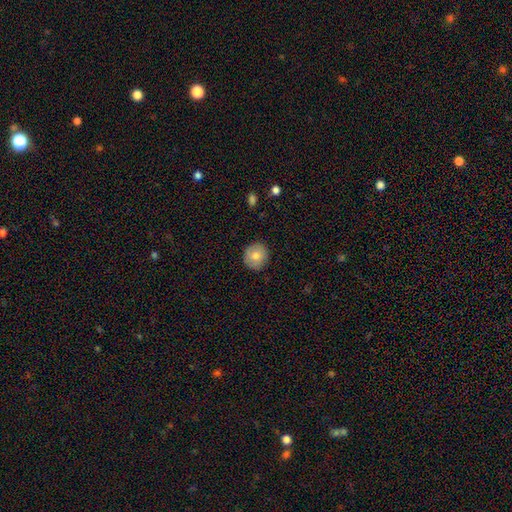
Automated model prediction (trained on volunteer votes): Morphology: type=smooth (76%); roundness=round (90%); merging=none (89%).